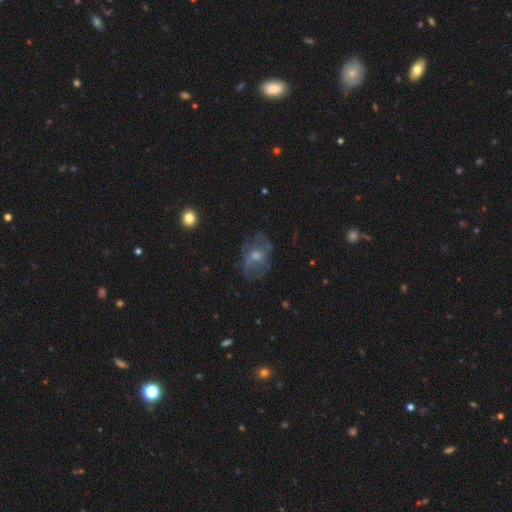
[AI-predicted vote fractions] Morphology: type=featured or disk (54%); edge-on=no (94%); bar=no (66%); spiral arms=no (62%); bulge=moderate (53%); merging=none (62%).